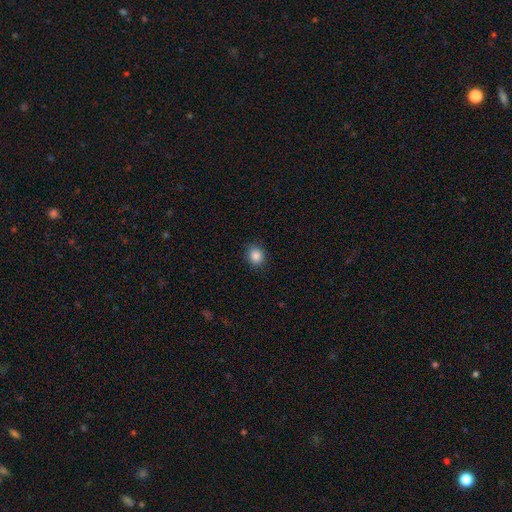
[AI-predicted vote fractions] A smooth galaxy with no disk features (87%) that is round (75%). Merging: none (89%).